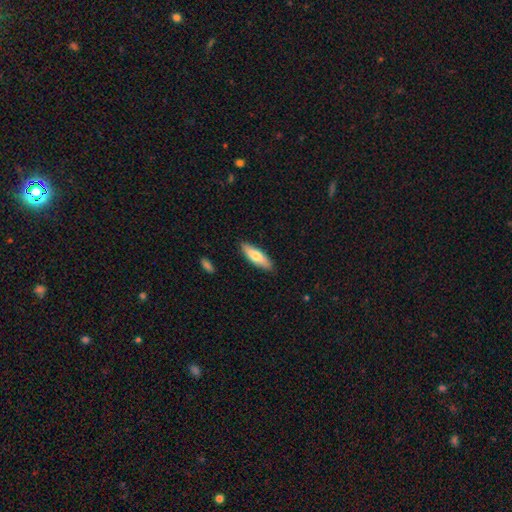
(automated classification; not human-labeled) Smooth or featured: smooth — 72% (featured or disk — 23%)
How rounded: cigar-shaped — 51% (in between — 48%)
Merging: none — 87% (minor disturbance — 10%)